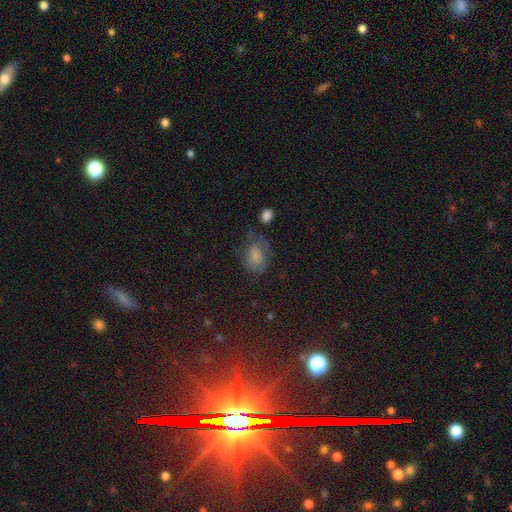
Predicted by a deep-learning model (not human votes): smooth-or-featured: smooth: 63% | featured or disk: 22% | star or artifact: 15%
  how-rounded: in between: 68% | round: 31% | cigar-shaped: 2%
  merging: none: 48% | minor disturbance: 29% | major disturbance: 19% | merger: 4%